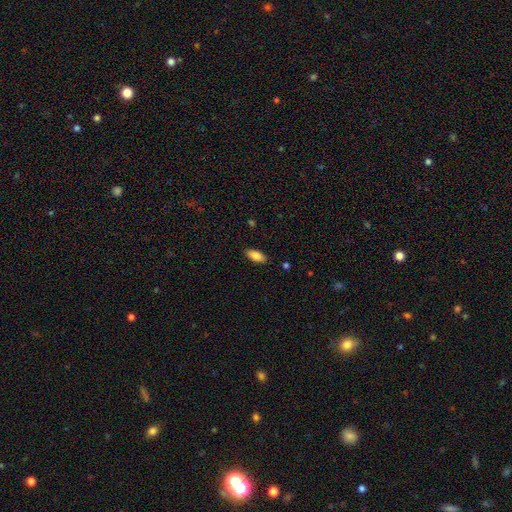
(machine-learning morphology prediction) Overall: smooth (85%). How rounded: in between (88%). Merging: none (88%).